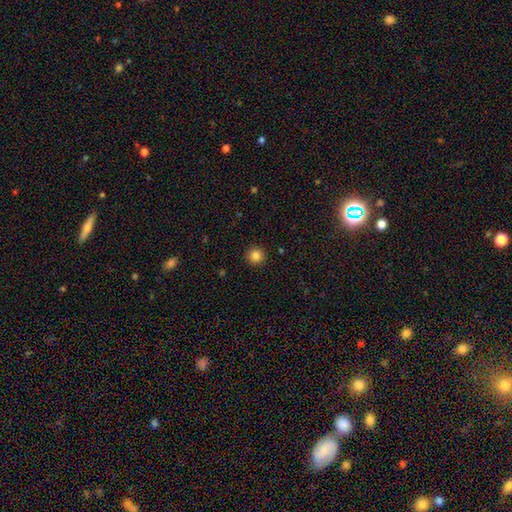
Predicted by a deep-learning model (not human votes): A smooth galaxy with no disk features (84%) that is round (95%). Merging: none (93%).